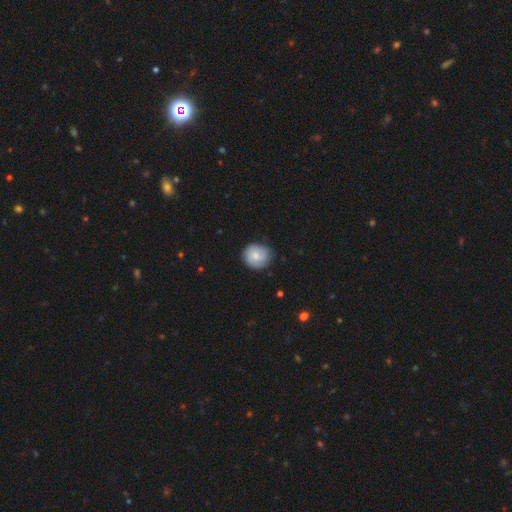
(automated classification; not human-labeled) smooth 71%, featured or disk 23%, star or artifact 6%. Down the decision tree: how rounded — round (84%); merging — none (81%).